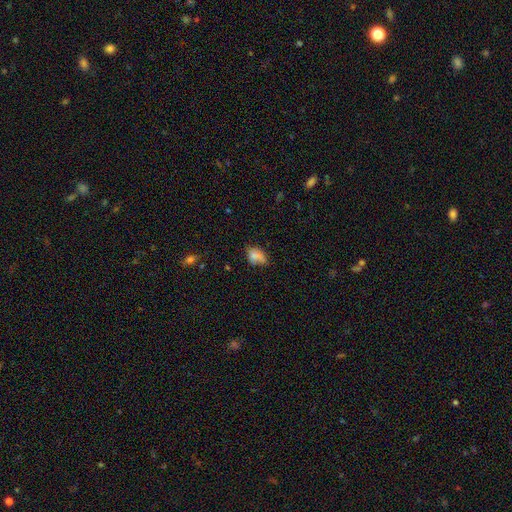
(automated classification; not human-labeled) Q: Smooth or featured?
A: smooth (75%); runner-up: featured or disk (15%)
Q: How rounded?
A: in between (74%); runner-up: round (24%)
Q: Merging?
A: none (43%); runner-up: minor disturbance (37%)